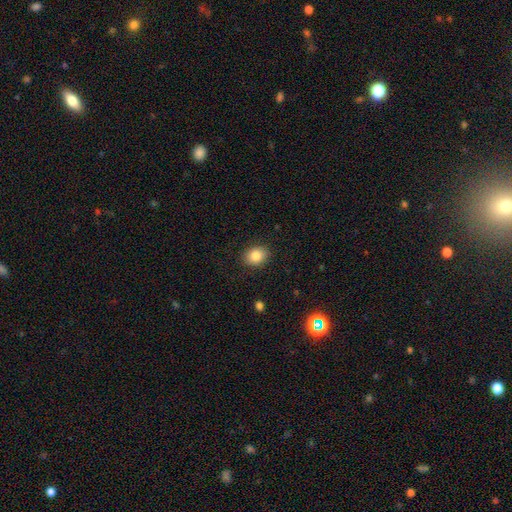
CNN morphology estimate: A smooth galaxy with no disk features (84%) that is round (51%). Merging: none (89%).